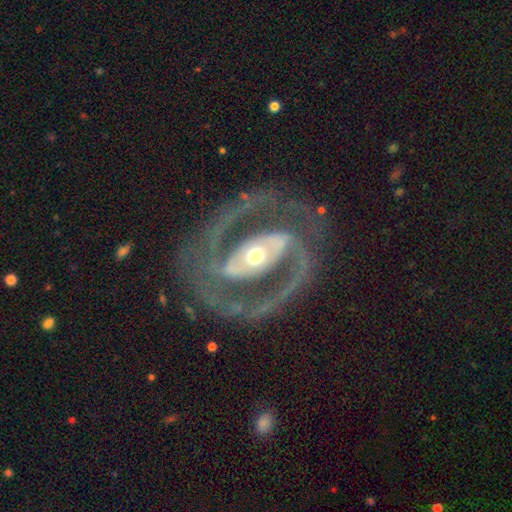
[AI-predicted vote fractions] A featured or disk galaxy (93%) with a strong bar (47%), 2 (91%) medium (56%) spiral arms (97%) and a moderate central bulge (66%). Merging: none (77%).